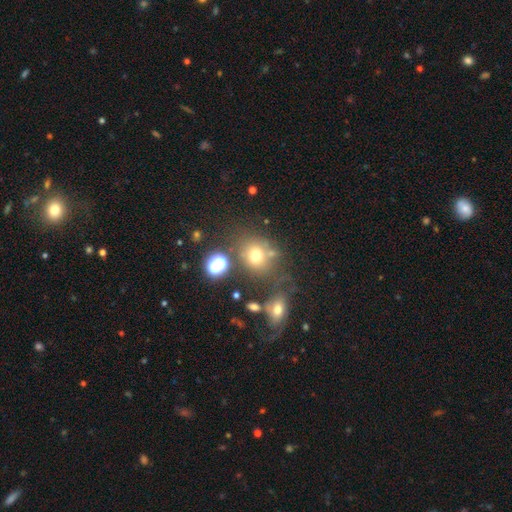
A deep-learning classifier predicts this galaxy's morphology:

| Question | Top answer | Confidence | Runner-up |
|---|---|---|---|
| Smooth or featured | smooth | 68% | star or artifact (20%) |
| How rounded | round | 75% | in between (24%) |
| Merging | none | 65% | minor disturbance (14%) |